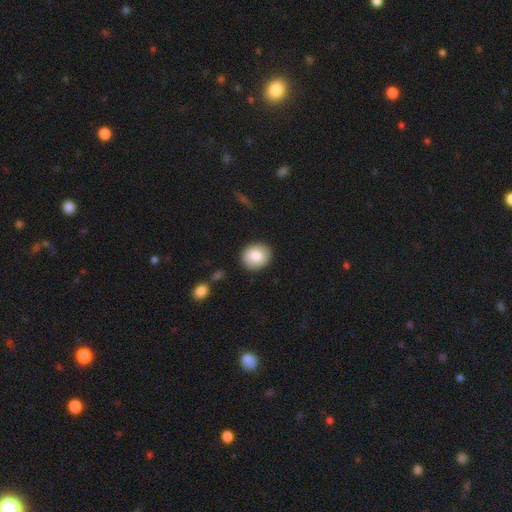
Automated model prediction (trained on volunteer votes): Q: Smooth or featured?
A: smooth (84%); runner-up: featured or disk (10%)
Q: How rounded?
A: round (68%); runner-up: in between (31%)
Q: Merging?
A: none (88%); runner-up: minor disturbance (8%)